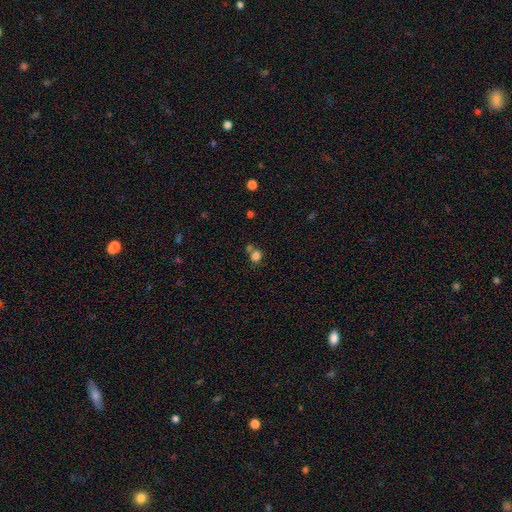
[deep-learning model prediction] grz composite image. It shows a smooth galaxy with no disk features (79%) that is round (64%). Merging: none (51%).